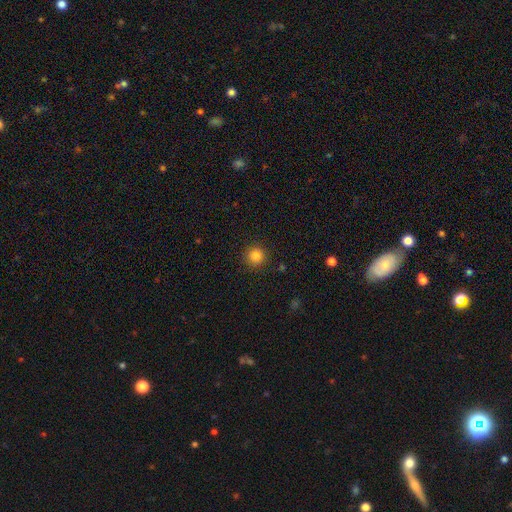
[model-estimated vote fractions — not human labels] smooth_or_featured: smooth (p=0.84) [alt: star or artifact p=0.12]
how_rounded: round (p=0.94) [alt: in between p=0.05]
merging: none (p=0.90) [alt: minor disturbance p=0.07]